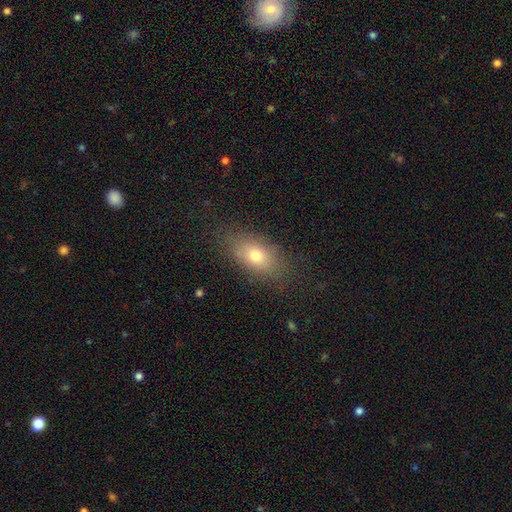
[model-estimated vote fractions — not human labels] Smooth or featured?
  - smooth: 73% *
  - featured or disk: 16%
  - star or artifact: 11%
How rounded?
  - in between: 82% *
  - round: 13%
  - cigar-shaped: 6%
Merging?
  - none: 78% *
  - minor disturbance: 14%
  - major disturbance: 6%
  - merger: 1%